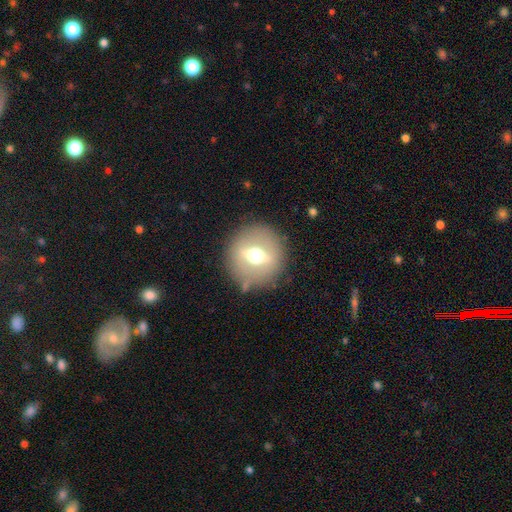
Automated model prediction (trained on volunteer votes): Q: Smooth or featured?
A: featured or disk (56%); runner-up: smooth (36%)
Q: Edge-on disk?
A: no (64%); runner-up: yes (36%)
Q: Merging?
A: none (84%); runner-up: minor disturbance (9%)